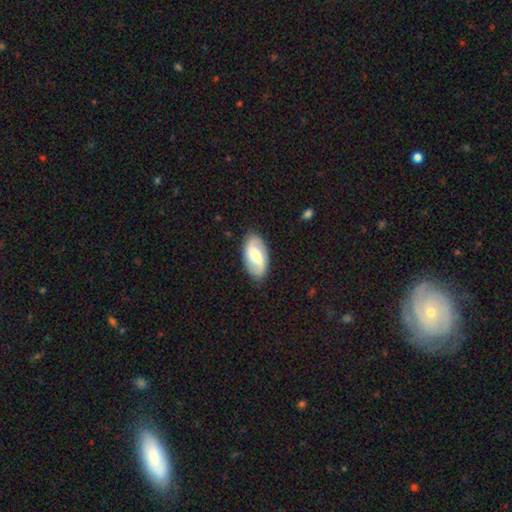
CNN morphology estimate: A featured or disk galaxy (60%) with a strong bar (45%), spiral arms (77%) and a moderate central bulge (44%). Merging: none (84%).